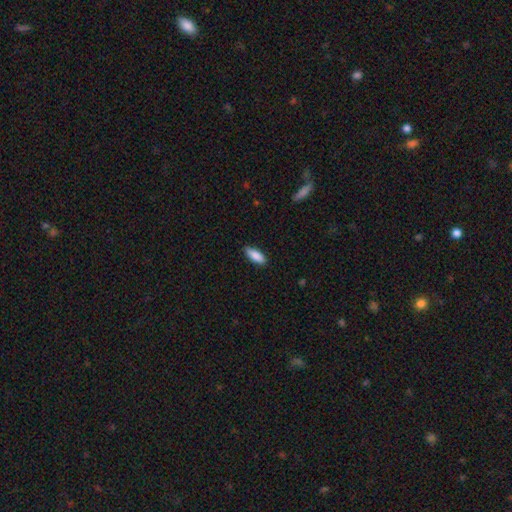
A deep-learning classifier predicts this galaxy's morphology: This appears to be a smooth galaxy with no disk features (88%) that is in between round and cigar-shaped (75%). Merging: none (86%).